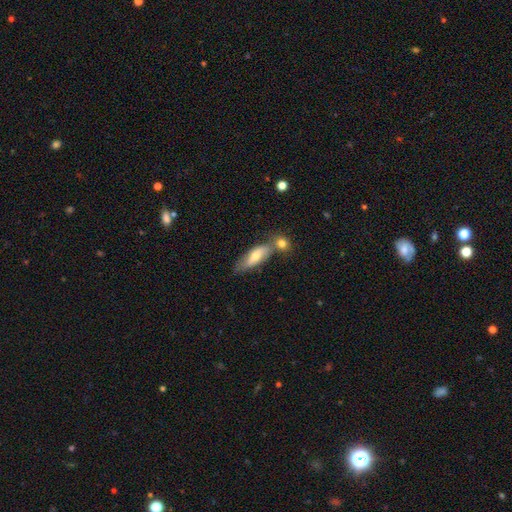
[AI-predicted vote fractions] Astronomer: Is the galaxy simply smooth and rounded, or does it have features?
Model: smooth — 59% (runner-up: featured or disk, 34%).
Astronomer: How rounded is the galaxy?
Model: in between — 57% (runner-up: cigar-shaped, 40%).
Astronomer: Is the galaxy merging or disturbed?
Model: none — 48% (runner-up: merger, 30%).